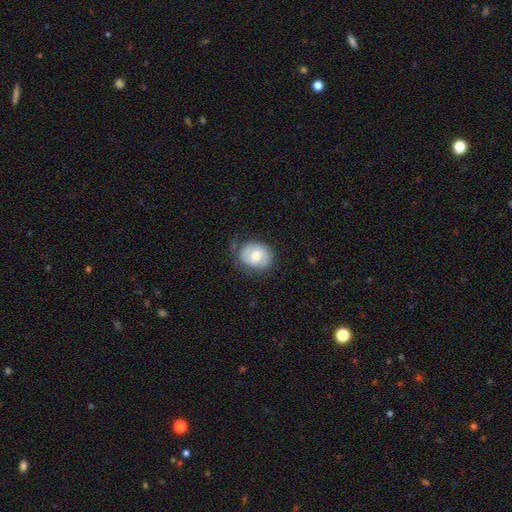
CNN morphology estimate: Smooth or featured?
  - smooth: 58% *
  - featured or disk: 35%
  - star or artifact: 7%
How rounded?
  - round: 57% *
  - in between: 42%
  - cigar-shaped: 1%
Merging?
  - none: 63% *
  - minor disturbance: 25%
  - major disturbance: 10%
  - merger: 1%